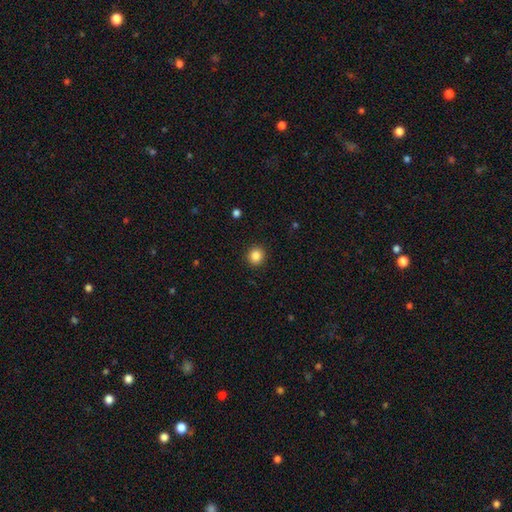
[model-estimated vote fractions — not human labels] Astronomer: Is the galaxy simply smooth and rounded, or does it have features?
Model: smooth — 85%.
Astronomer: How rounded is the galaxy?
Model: round — 91%.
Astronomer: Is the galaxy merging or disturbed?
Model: none — 92%.